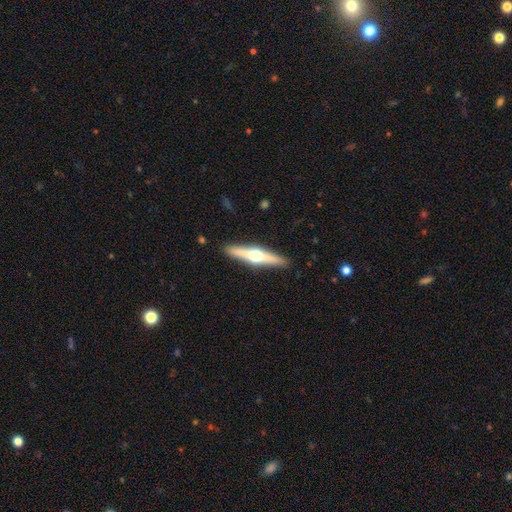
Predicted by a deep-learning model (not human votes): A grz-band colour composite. It shows a featured or disk galaxy (70%) viewed edge-on (97%) with a rounded central bulge (96%). Merging: none (91%).